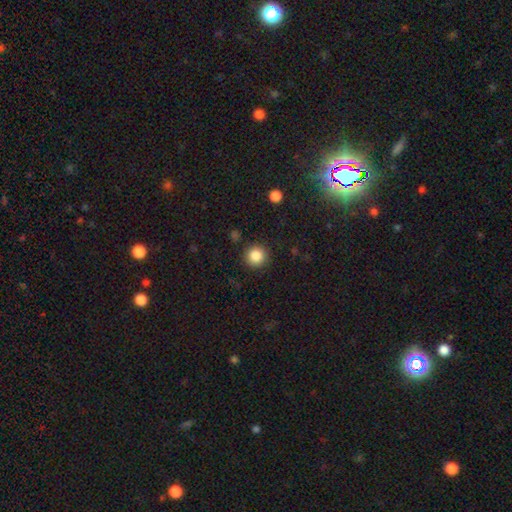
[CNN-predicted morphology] Smooth or featured?
  - smooth: 86% *
  - star or artifact: 10%
  - featured or disk: 4%
How rounded?
  - round: 95% *
  - in between: 4%
  - cigar-shaped: 1%
Merging?
  - none: 90% *
  - minor disturbance: 6%
  - major disturbance: 2%
  - merger: 1%